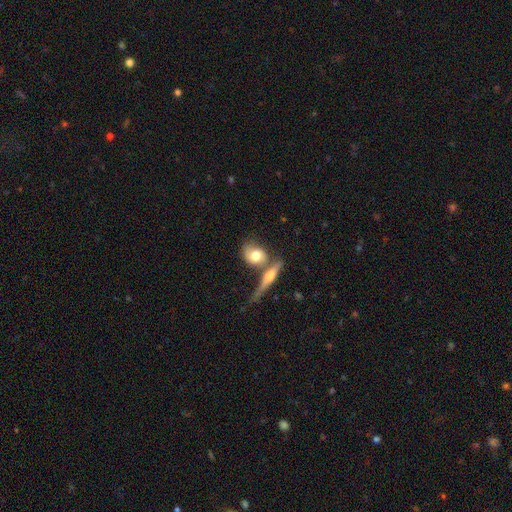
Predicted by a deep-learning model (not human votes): Smooth or featured? Predicted: smooth (p=0.60). How rounded? Predicted: round (p=0.50). Merging? Predicted: none (p=0.39).